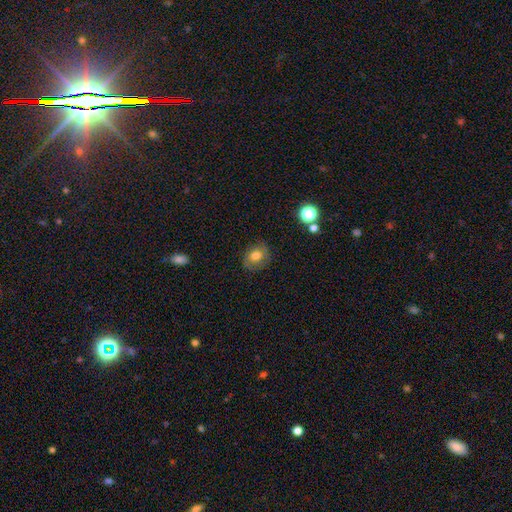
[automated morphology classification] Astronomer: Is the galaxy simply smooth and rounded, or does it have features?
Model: smooth — 70%.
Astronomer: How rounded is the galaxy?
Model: round — 58% (runner-up: in between, 41%).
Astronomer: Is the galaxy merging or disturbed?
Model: none — 79%.